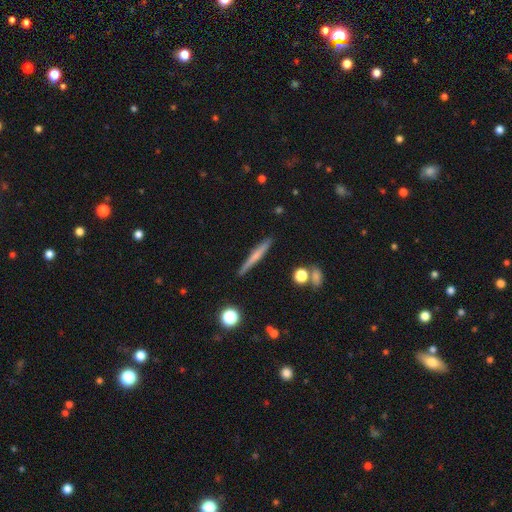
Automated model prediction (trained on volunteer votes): smooth-or-featured: smooth: 52% | featured or disk: 41% | star or artifact: 7%
  how-rounded: cigar-shaped: 94% | in between: 4% | round: 2%
  merging: none: 87% | minor disturbance: 9% | merger: 2% | major disturbance: 2%